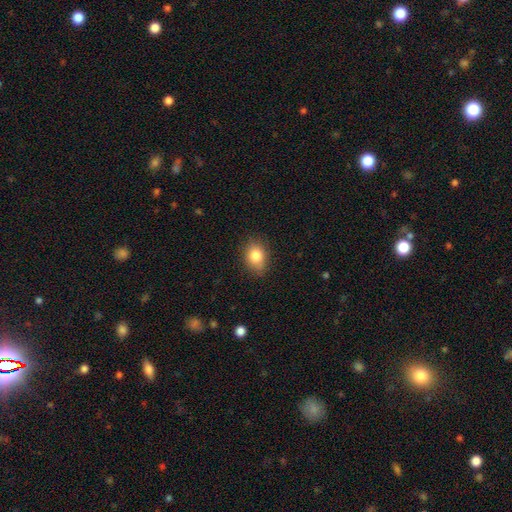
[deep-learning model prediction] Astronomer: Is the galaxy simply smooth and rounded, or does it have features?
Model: smooth — 84%.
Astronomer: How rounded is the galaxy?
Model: in between — 70%.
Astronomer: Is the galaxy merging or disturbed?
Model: none — 83%.